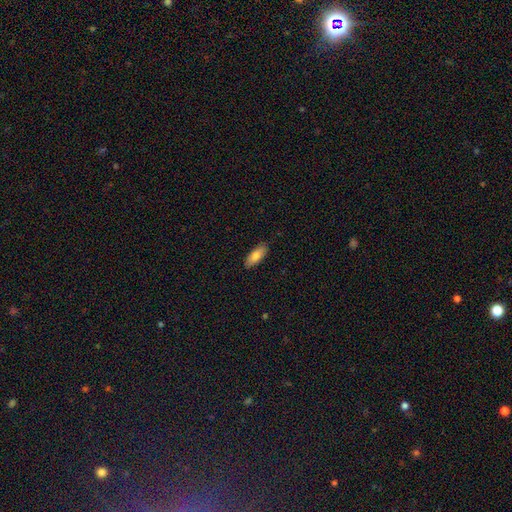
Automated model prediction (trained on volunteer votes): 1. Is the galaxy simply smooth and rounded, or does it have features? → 80% smooth, 14% featured or disk, 6% star or artifact.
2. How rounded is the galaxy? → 75% in between, 23% cigar-shaped, 2% round.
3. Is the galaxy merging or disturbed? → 88% none, 9% minor disturbance, 2% major disturbance, 1% merger.